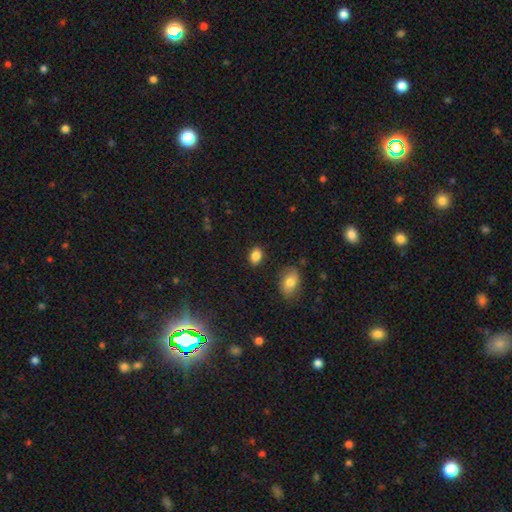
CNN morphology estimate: The model was most divided on "how rounded": in between: 82%, round: 17%, cigar-shaped: 2%. More confident: merging — none (86%); smooth or featured — smooth (85%).